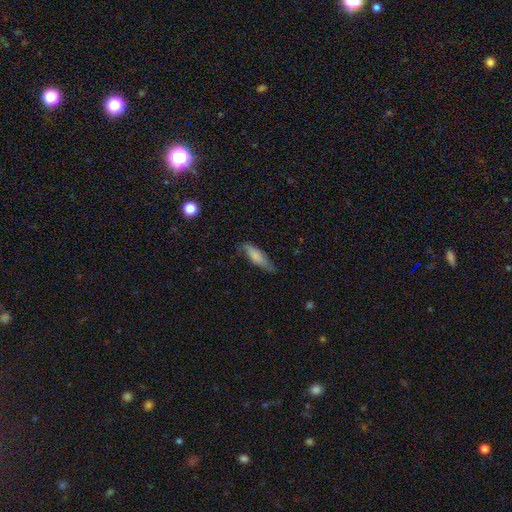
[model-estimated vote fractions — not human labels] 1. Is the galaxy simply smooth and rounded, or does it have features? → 75% smooth, 19% featured or disk, 7% star or artifact.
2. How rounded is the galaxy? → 54% cigar-shaped, 44% in between, 2% round.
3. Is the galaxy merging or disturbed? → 65% none, 27% minor disturbance, 6% major disturbance, 2% merger.